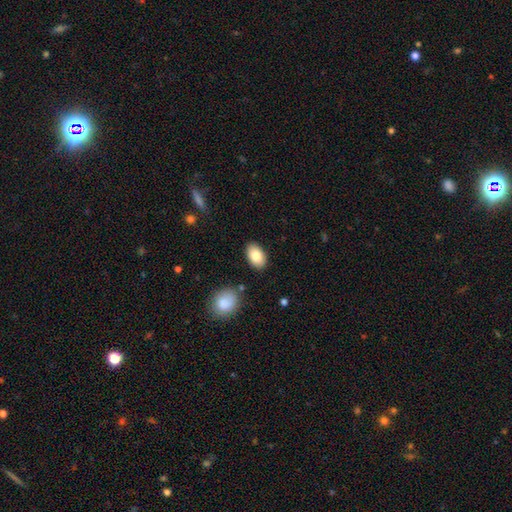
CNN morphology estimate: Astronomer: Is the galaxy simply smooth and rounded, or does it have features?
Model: smooth — 83%.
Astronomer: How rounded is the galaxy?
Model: in between — 92%.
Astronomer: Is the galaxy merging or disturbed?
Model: none — 86%.